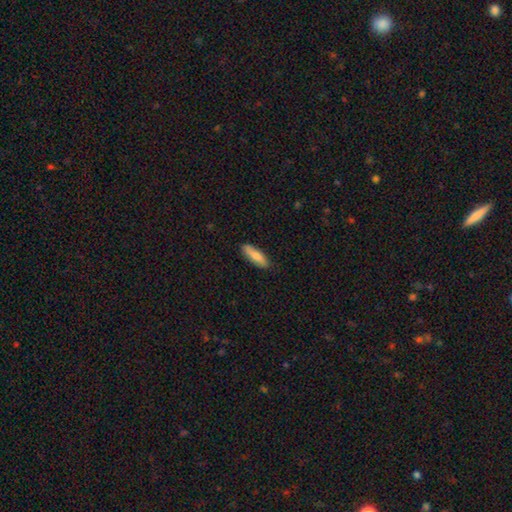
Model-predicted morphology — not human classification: This appears to be a smooth galaxy with no disk features (78%) that is cigar-shaped (56%). Merging: none (86%).